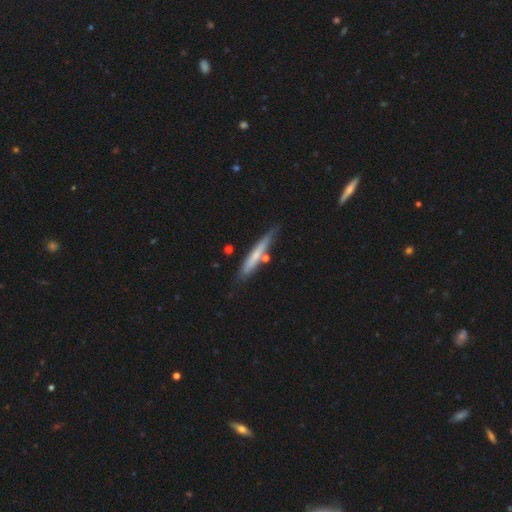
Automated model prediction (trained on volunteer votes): This appears to be a smooth galaxy with no disk features (54%) that is cigar-shaped (94%). Merging: none (75%).